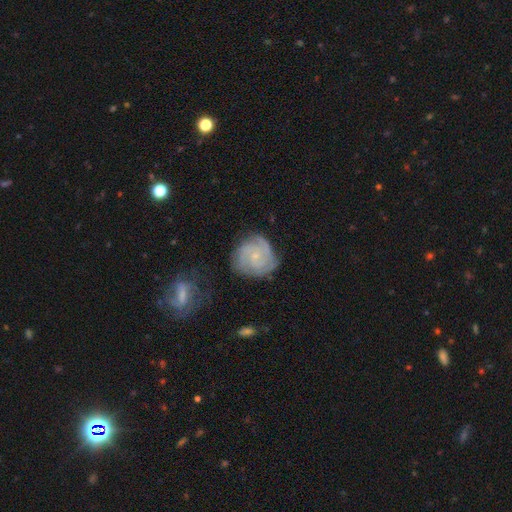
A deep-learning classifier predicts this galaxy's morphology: The model was most divided on "spiral arm count": 3: 36%, 2: 22%, can't tell: 20%, 4: 12%, 1: 5%, more than 4: 5%. More confident: edge-on disk — no (98%); spiral arms — yes (96%); smooth or featured — featured or disk (81%); bulge size — small (78%); merging — none (72%); bar — no (70%); spiral winding — tight (70%).